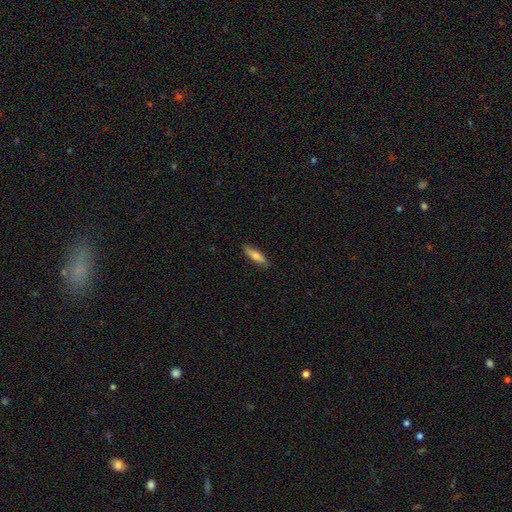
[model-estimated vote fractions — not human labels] Morphology: type=smooth (71%); roundness=cigar-shaped (68%); merging=none (85%).